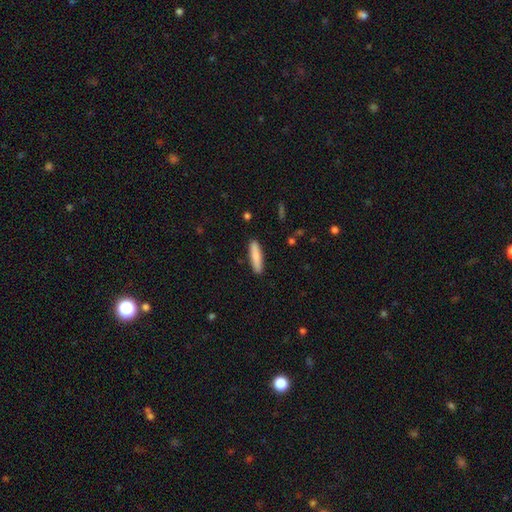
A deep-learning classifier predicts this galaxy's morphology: smooth_or_featured: smooth (p=0.85) [alt: featured or disk p=0.09]
how_rounded: cigar-shaped (p=0.79) [alt: in between p=0.19]
merging: none (p=0.89) [alt: minor disturbance p=0.08]